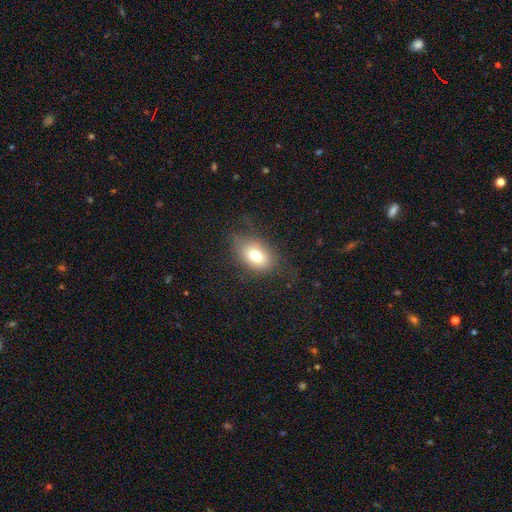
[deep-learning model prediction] smooth-or-featured: smooth: 75% | featured or disk: 15% | star or artifact: 10%
  how-rounded: in between: 84% | round: 15% | cigar-shaped: 2%
  merging: none: 69% | minor disturbance: 20% | major disturbance: 10% | merger: 1%